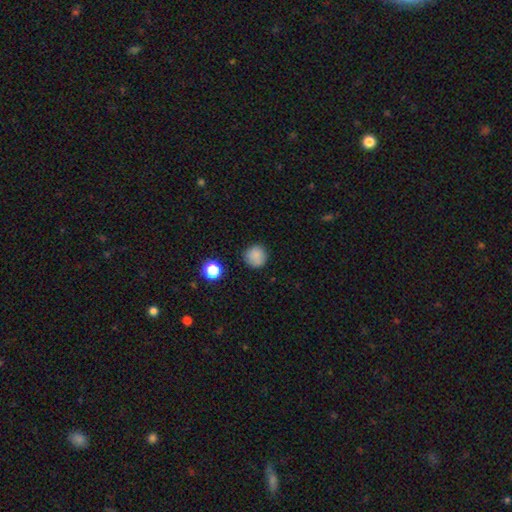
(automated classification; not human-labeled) This appears to be a smooth galaxy with no disk features (84%) that is round (94%). Merging: none (84%).